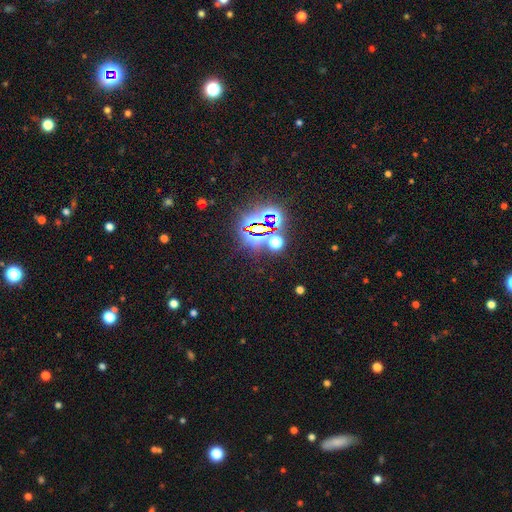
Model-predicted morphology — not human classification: type=star or artifact (82%).